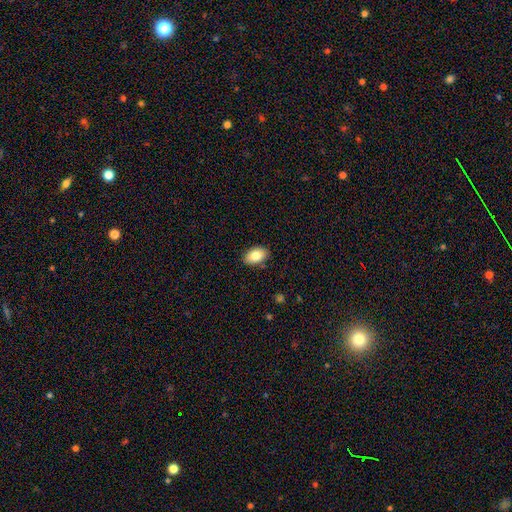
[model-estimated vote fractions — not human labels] Overall: smooth (83%). How rounded: in between (90%). Merging: none (87%).